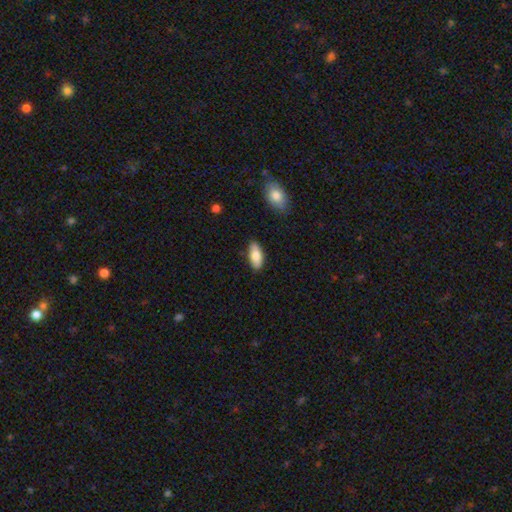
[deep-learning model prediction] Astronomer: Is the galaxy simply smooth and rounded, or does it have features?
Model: smooth — 79%.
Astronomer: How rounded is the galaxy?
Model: in between — 84%.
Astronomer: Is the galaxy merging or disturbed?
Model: none — 86%.